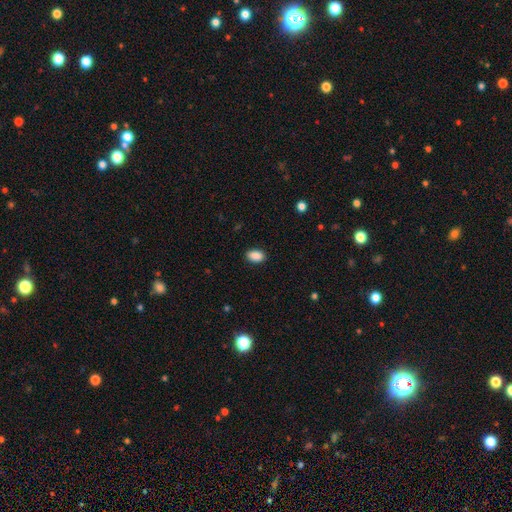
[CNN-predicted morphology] The model was most divided on "merging": none: 89%, minor disturbance: 8%, major disturbance: 2%, merger: 1%. More confident: how rounded — in between (90%); smooth or featured — smooth (90%).